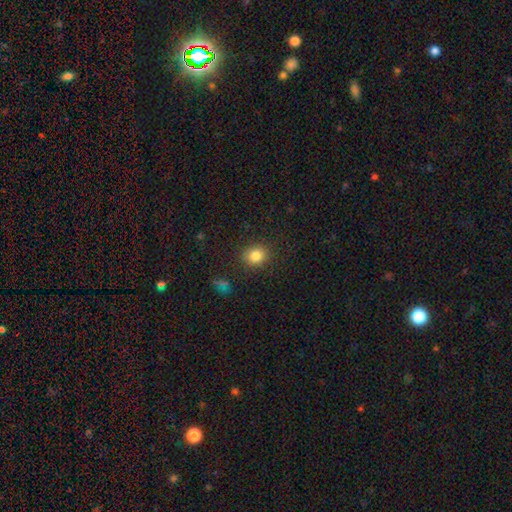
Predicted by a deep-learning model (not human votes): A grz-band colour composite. It shows a smooth galaxy with no disk features (83%) that is round (75%). Merging: none (87%).